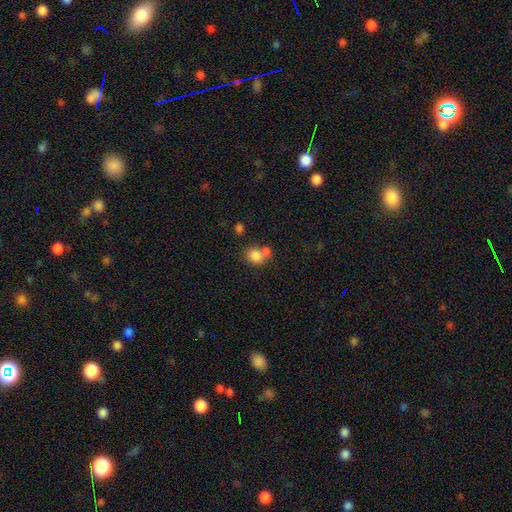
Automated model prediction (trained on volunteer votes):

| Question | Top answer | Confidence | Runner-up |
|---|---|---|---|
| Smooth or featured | smooth | 81% | star or artifact (10%) |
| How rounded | round | 64% | in between (35%) |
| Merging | merger | 46% | none (39%) |